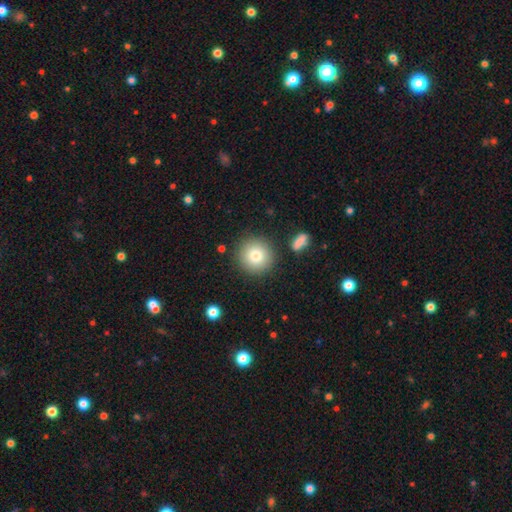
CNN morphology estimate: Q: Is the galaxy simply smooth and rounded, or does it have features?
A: smooth — 80%.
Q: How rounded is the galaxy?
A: round — 94%.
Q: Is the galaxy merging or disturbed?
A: none — 87%.